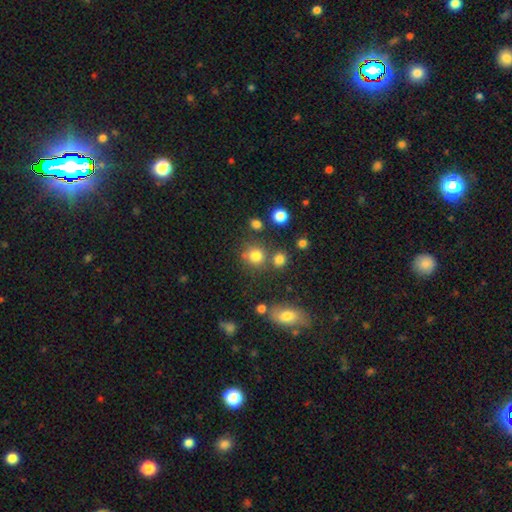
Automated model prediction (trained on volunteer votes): A smooth galaxy with no disk features (78%) that is round (85%).

Vote fractions:
- Smooth or featured? smooth: 78% / star or artifact: 15% / featured or disk: 7%
- How rounded? round: 85% / in between: 14% / cigar-shaped: 1%
- Merging? none: 69% / merger: 15% / minor disturbance: 11% / major disturbance: 5%